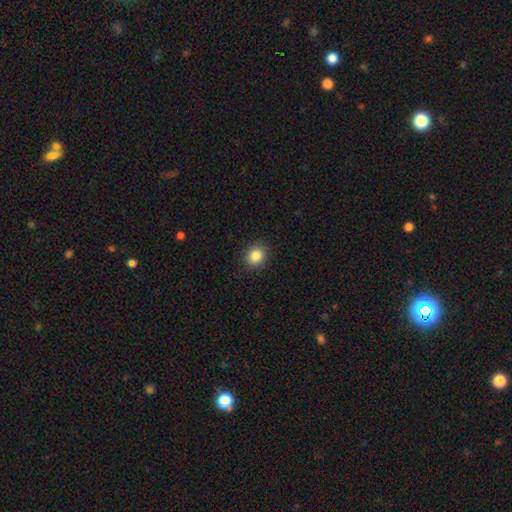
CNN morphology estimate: Smooth or featured? Predicted: smooth (p=0.86). How rounded? Predicted: round (p=0.72). Merging? Predicted: none (p=0.90).